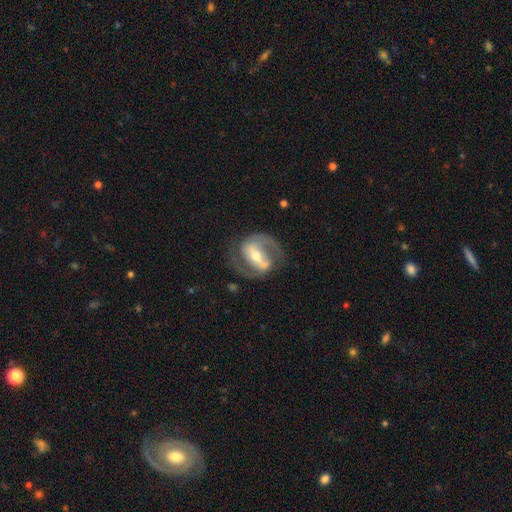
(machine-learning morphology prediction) Smooth or featured? Predicted: featured or disk (p=0.88). Edge-on disk? Predicted: no (p=0.96). Bar? Predicted: strong (p=0.63). Spiral arms? Predicted: yes (p=0.93). Spiral winding? Predicted: medium (p=0.55). Spiral arm count? Predicted: 2 (p=0.88). Bulge size? Predicted: moderate (p=0.55). Merging? Predicted: none (p=0.73).